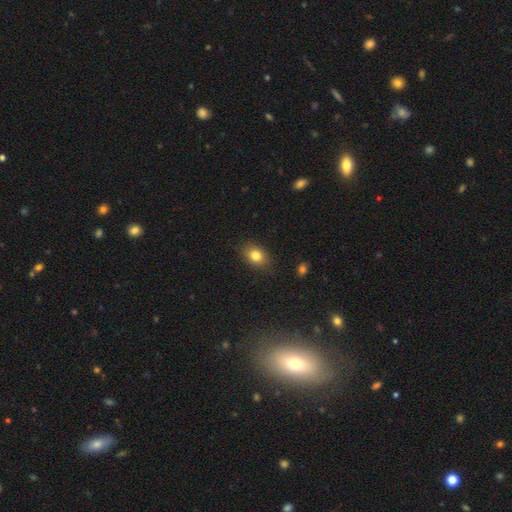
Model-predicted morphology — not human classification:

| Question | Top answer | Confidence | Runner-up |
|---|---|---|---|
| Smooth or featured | smooth | 82% | star or artifact (10%) |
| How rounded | in between | 66% | round (32%) |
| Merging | none | 84% | minor disturbance (12%) |